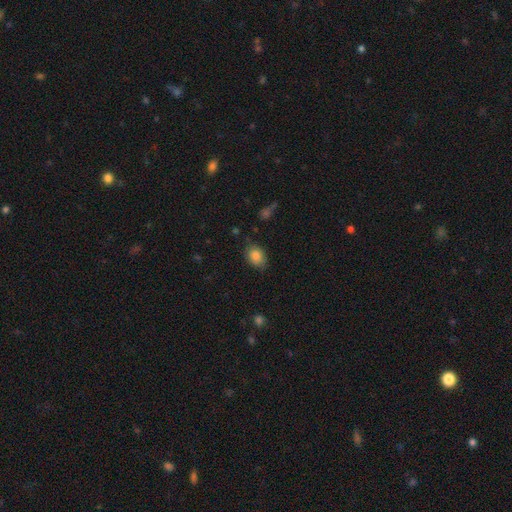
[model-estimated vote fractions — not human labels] smooth-or-featured: smooth: 85% | star or artifact: 9% | featured or disk: 6%
  how-rounded: in between: 72% | round: 27% | cigar-shaped: 1%
  merging: none: 78% | minor disturbance: 17% | major disturbance: 3% | merger: 2%